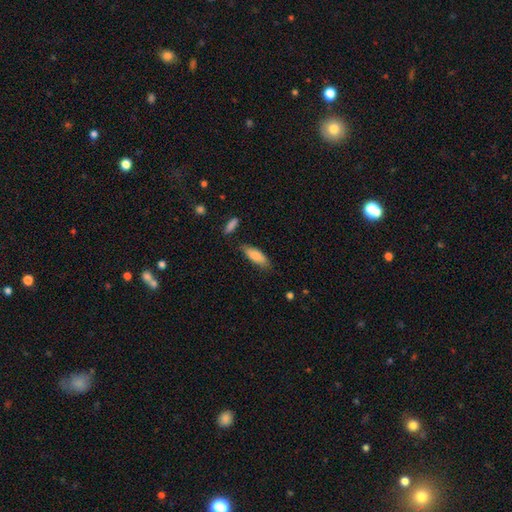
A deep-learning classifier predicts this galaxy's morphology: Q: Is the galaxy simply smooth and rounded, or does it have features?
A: smooth — 81%.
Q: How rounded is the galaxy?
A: in between — 64%.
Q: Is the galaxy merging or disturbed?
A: none — 74%.